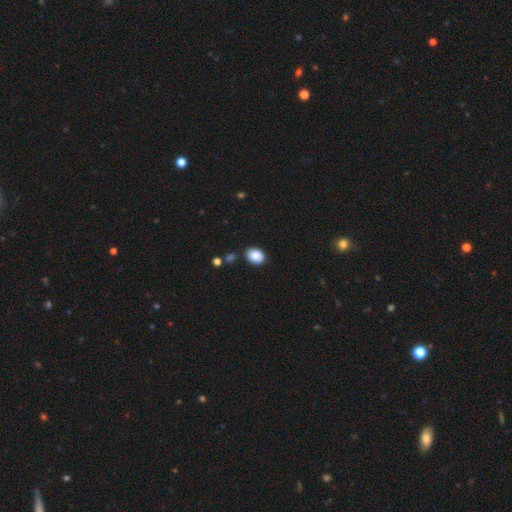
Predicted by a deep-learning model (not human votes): This appears to be a smooth galaxy with no disk features (88%) that is in between round and cigar-shaped (68%). Merging: none (82%).